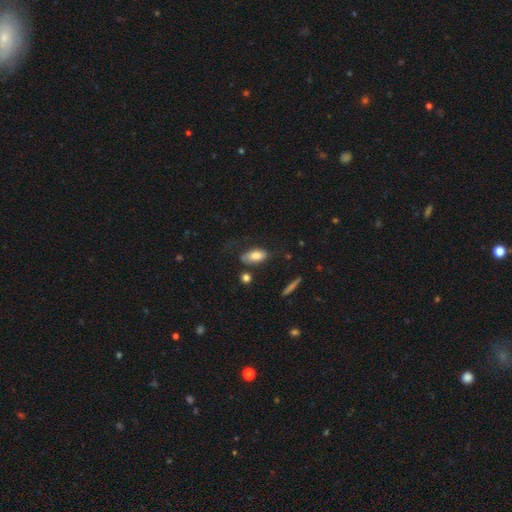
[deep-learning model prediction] This appears to be a smooth galaxy with no disk features (79%) that is in between round and cigar-shaped (90%). Merging: none (51%).